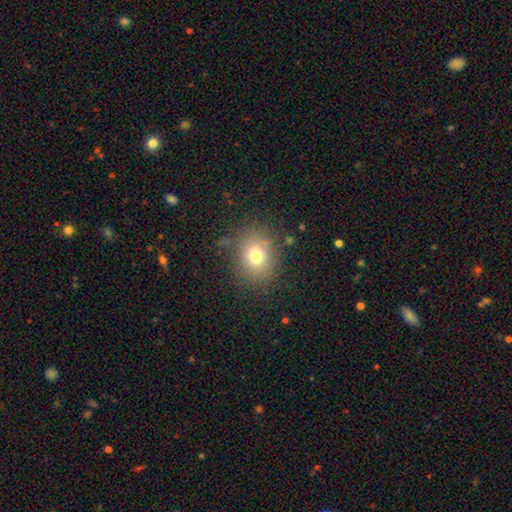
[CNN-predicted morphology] smooth_or_featured: smooth (p=0.74) [alt: star or artifact p=0.14]
how_rounded: round (p=0.55) [alt: in between p=0.44]
merging: none (p=0.82) [alt: minor disturbance p=0.12]